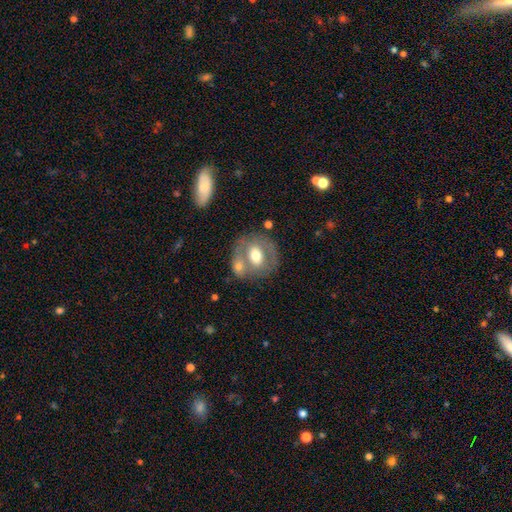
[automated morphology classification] The model was most divided on "smooth or featured": smooth: 50%, featured or disk: 44%, star or artifact: 7%. More confident: merging — none (53%).